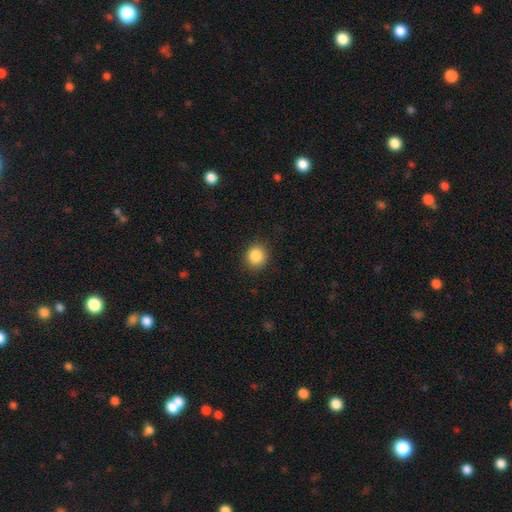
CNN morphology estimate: This appears to be a smooth galaxy with no disk features (87%) that is round (87%). Merging: none (89%).